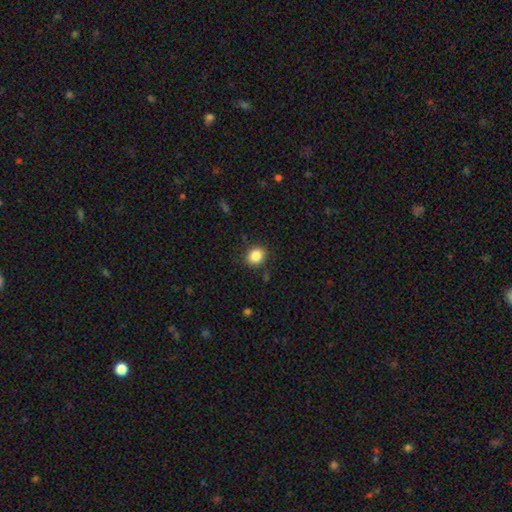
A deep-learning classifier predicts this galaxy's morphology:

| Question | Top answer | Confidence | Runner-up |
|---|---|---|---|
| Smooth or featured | smooth | 85% | star or artifact (10%) |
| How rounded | round | 71% | in between (28%) |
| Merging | none | 86% | minor disturbance (10%) |